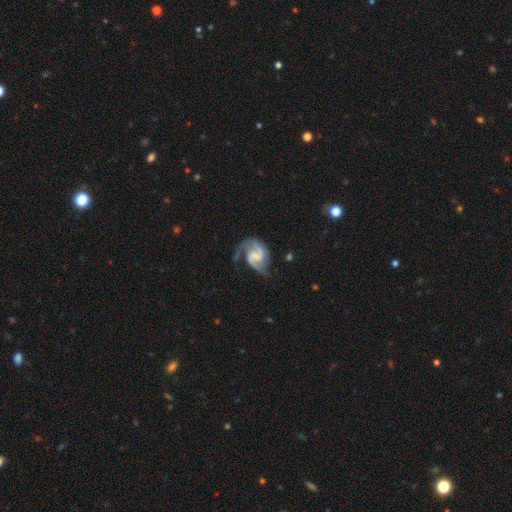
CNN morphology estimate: type=featured or disk (88%); edge-on=no (98%); bar=weak (49%); spiral arms=yes (97%); winding=medium (54%); arm count=2 (88%); bulge=none (54%); merging=none (61%).